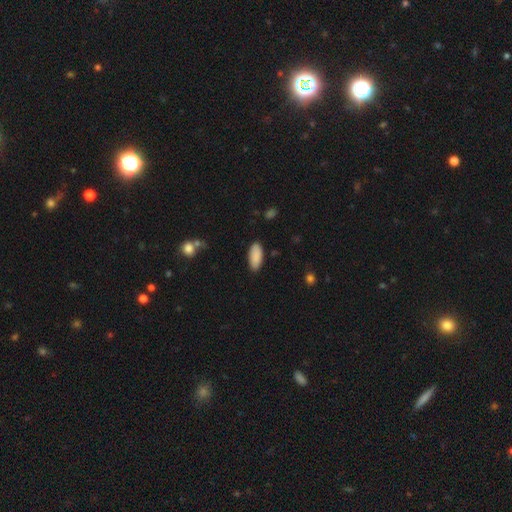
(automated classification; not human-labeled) This appears to be a smooth galaxy with no disk features (90%) that is in between round and cigar-shaped (87%). Merging: none (87%).